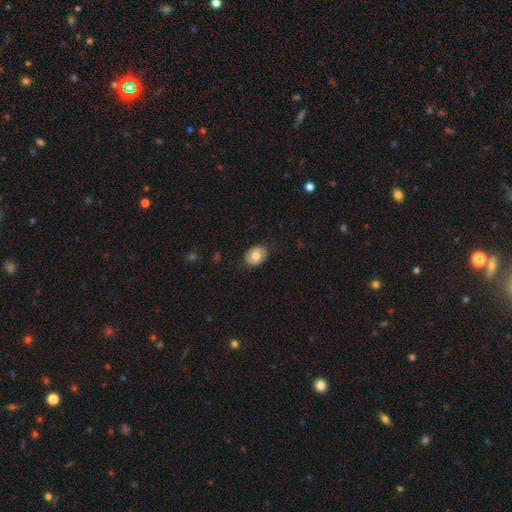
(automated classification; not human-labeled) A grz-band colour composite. It shows a smooth galaxy with no disk features (70%) that is in between round and cigar-shaped (57%). Merging: none (83%).